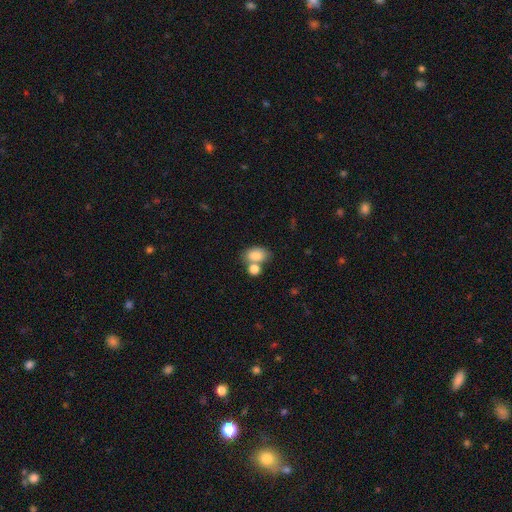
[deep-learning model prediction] smooth 81%, featured or disk 10%, star or artifact 9%. Down the decision tree: how rounded — in between (80%); merging — none (47%).